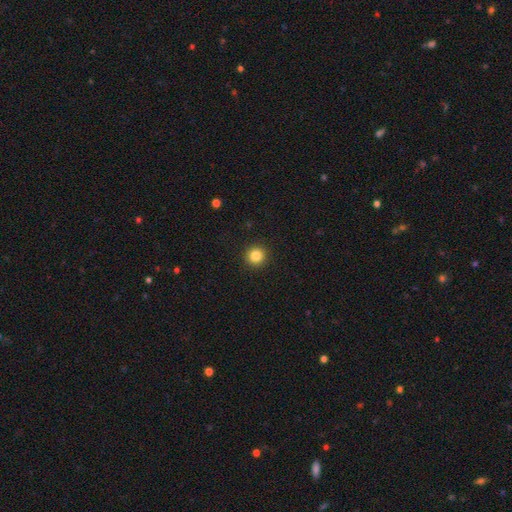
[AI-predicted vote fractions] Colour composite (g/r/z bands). It shows a smooth galaxy with no disk features (84%) that is round (95%). Merging: none (93%).